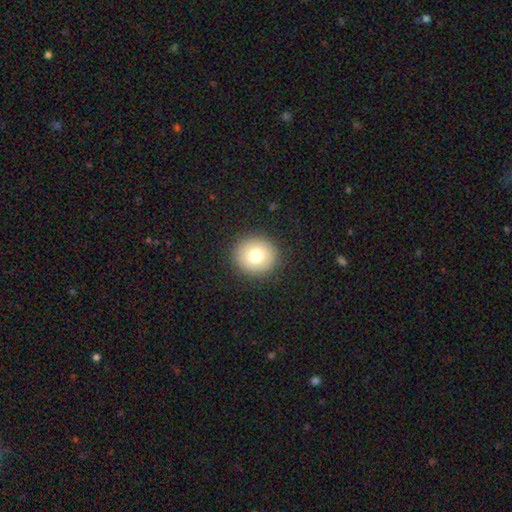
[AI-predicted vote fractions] Q: Smooth or featured?
A: smooth (76%); runner-up: featured or disk (13%)
Q: How rounded?
A: round (91%); runner-up: in between (8%)
Q: Merging?
A: none (91%); runner-up: minor disturbance (5%)